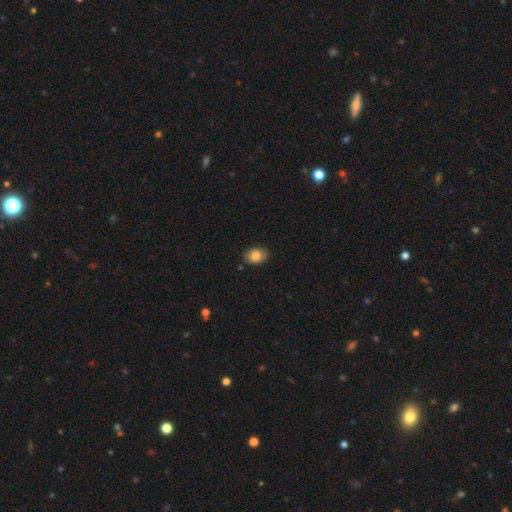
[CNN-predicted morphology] The model was most divided on "how rounded": in between: 74%, round: 25%, cigar-shaped: 1%. More confident: smooth or featured — smooth (82%); merging — none (77%).